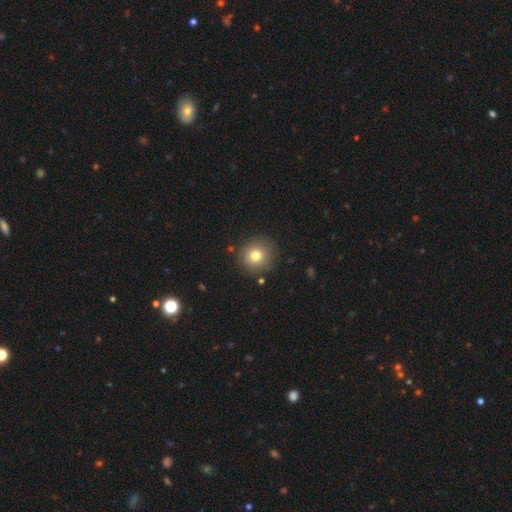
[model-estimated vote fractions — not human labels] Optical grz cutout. It shows a smooth galaxy with no disk features (77%) that is round (94%). Merging: none (87%).